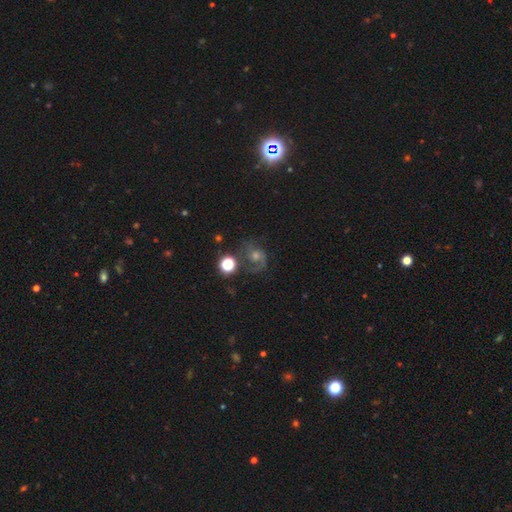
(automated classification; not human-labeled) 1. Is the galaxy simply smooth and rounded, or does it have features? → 65% featured or disk, 20% star or artifact, 15% smooth.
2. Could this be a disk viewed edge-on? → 97% no, 3% yes.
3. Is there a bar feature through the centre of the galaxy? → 65% no, 29% weak, 6% strong.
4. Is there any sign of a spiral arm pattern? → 93% yes, 7% no.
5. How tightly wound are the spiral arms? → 50% medium, 31% loose, 19% tight.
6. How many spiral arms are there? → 72% 2, 17% 1, 6% can't tell, 2% 3, 1% 4, 1% more than 4.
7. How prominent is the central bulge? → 55% moderate, 30% small, 9% large, 4% none, 2% dominant.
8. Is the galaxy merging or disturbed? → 64% none, 16% minor disturbance, 14% major disturbance, 5% merger.